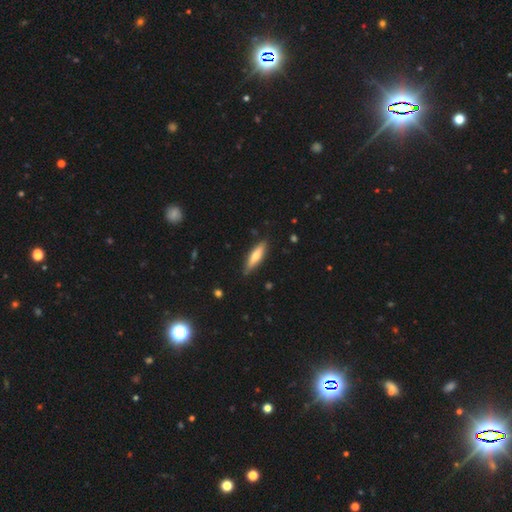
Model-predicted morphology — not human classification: smooth-or-featured: smooth: 57% | featured or disk: 37% | star or artifact: 6%
  how-rounded: cigar-shaped: 71% | in between: 27% | round: 2%
  merging: none: 85% | minor disturbance: 11% | major disturbance: 2% | merger: 1%